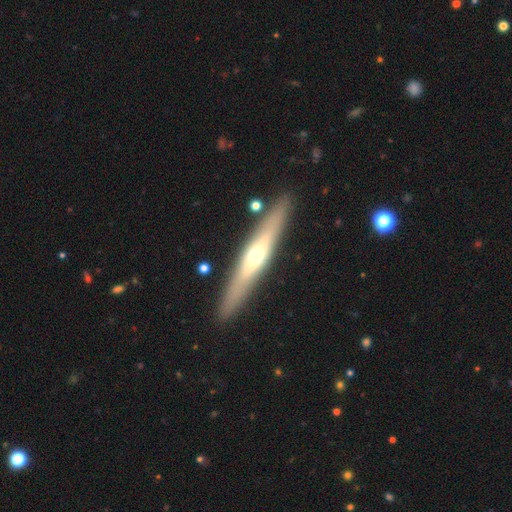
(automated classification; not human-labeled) This is likely a featured or disk galaxy (62%). It is clearly viewed edge-on (90%). Edge-on bulge: clearly rounded (86%). Merging: clearly none (88%).